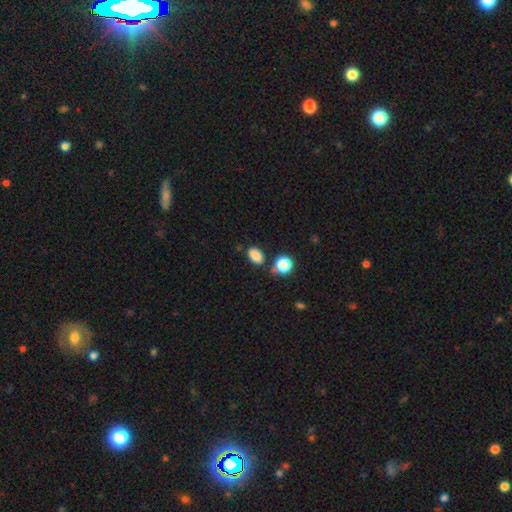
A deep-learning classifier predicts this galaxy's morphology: type=smooth (84%); roundness=in between (86%); merging=none (75%).